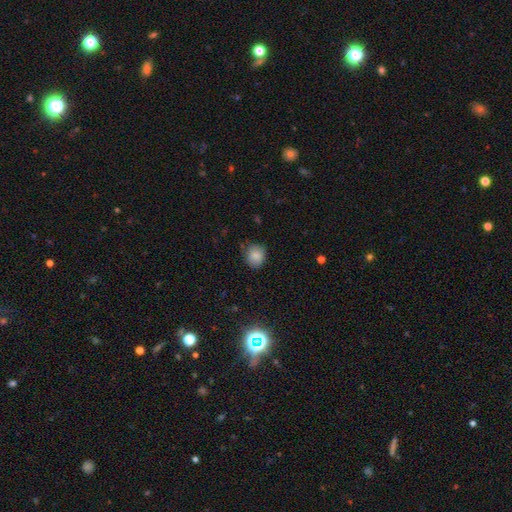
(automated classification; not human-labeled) Q: Smooth or featured?
A: smooth (83%); runner-up: star or artifact (10%)
Q: How rounded?
A: round (68%); runner-up: in between (31%)
Q: Merging?
A: none (75%); runner-up: minor disturbance (20%)